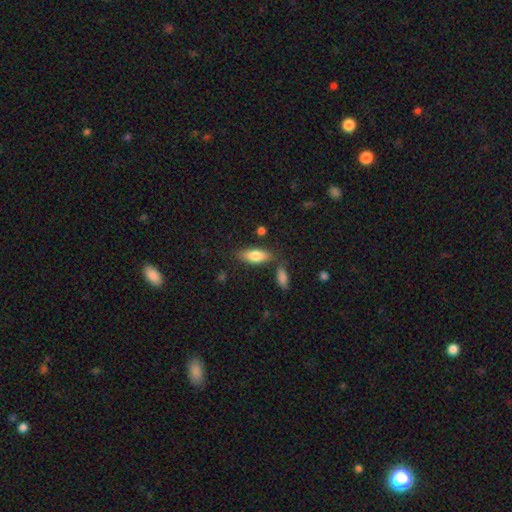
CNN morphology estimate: Smooth or featured: smooth — 76% (featured or disk — 18%)
How rounded: in between — 74% (cigar-shaped — 23%)
Merging: none — 76% (minor disturbance — 13%)